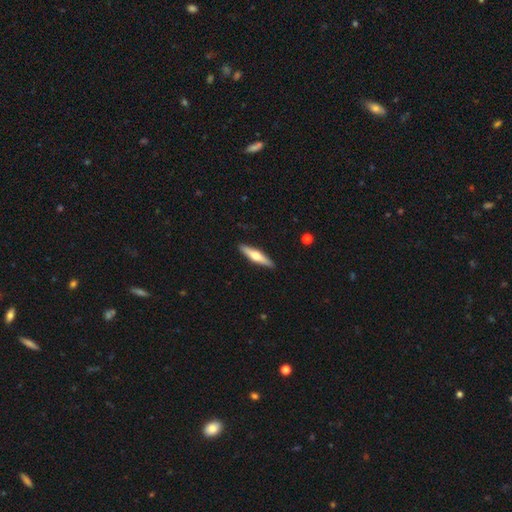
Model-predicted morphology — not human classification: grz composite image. It shows a featured or disk galaxy (54%) viewed edge-on (95%) with a rounded central bulge (93%). Merging: none (91%).